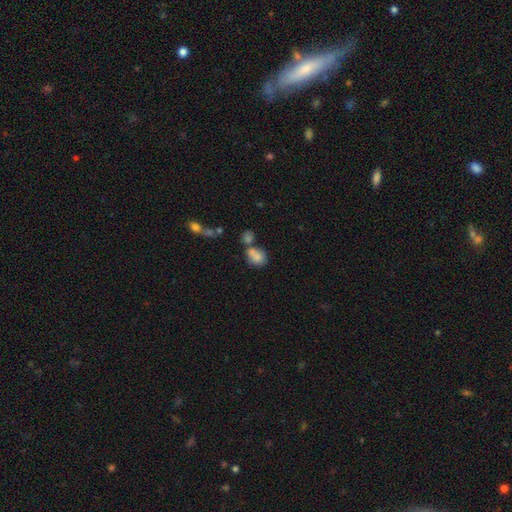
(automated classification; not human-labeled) Smooth or featured: smooth — 78% (featured or disk — 13%)
How rounded: round — 51% (in between — 48%)
Merging: merger — 47% (none — 35%)